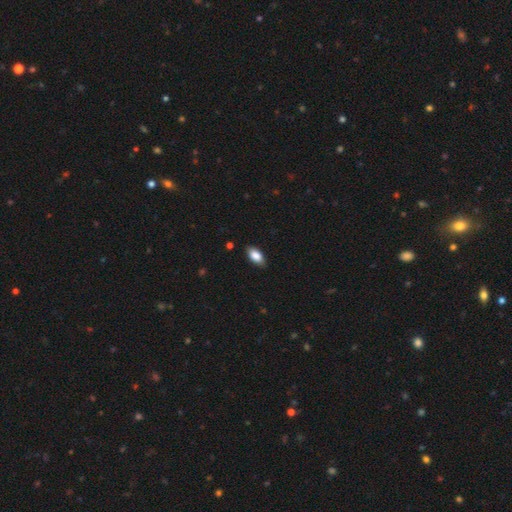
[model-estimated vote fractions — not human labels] A smooth galaxy with no disk features (85%) that is in between round and cigar-shaped (91%).

Vote fractions:
- Smooth or featured? smooth: 85% / featured or disk: 8% / star or artifact: 7%
- How rounded? in between: 91% / cigar-shaped: 6% / round: 3%
- Merging? none: 85% / minor disturbance: 12% / major disturbance: 2% / merger: 1%